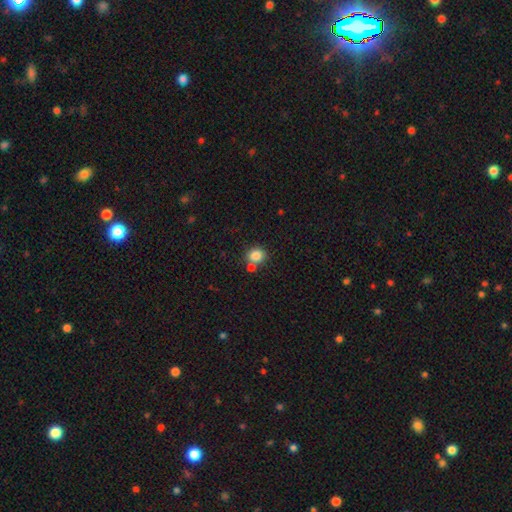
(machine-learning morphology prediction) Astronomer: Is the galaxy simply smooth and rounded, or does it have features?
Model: smooth — 83%.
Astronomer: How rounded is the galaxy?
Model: round — 82%.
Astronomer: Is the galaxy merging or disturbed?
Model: none — 61%.